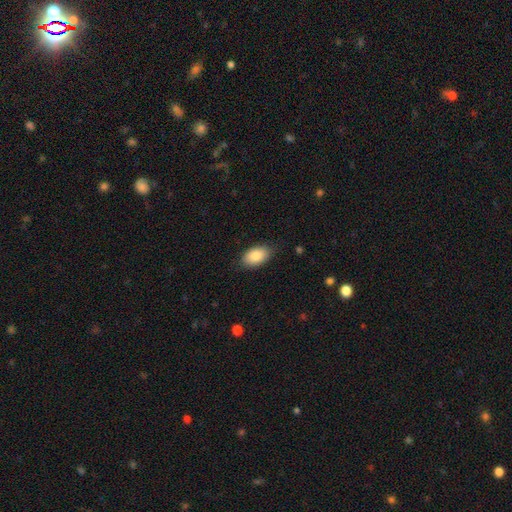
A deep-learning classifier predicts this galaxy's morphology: This is clearly a smooth galaxy (87%). How rounded: clearly in between (94%). Merging: clearly none (83%).